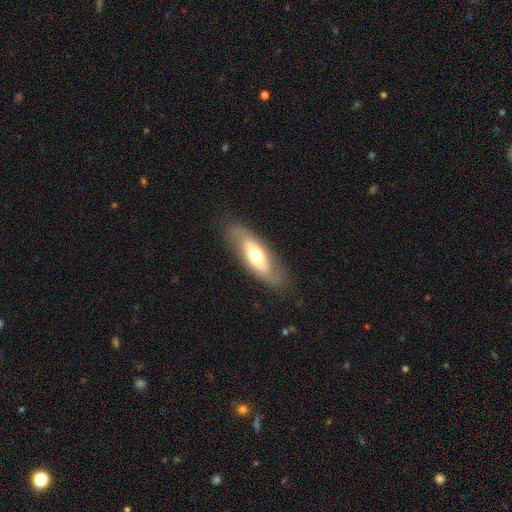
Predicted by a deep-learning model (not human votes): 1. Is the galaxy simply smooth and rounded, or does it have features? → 49% smooth, 45% featured or disk, 6% star or artifact.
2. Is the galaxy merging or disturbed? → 79% none, 15% minor disturbance, 5% major disturbance, 1% merger.